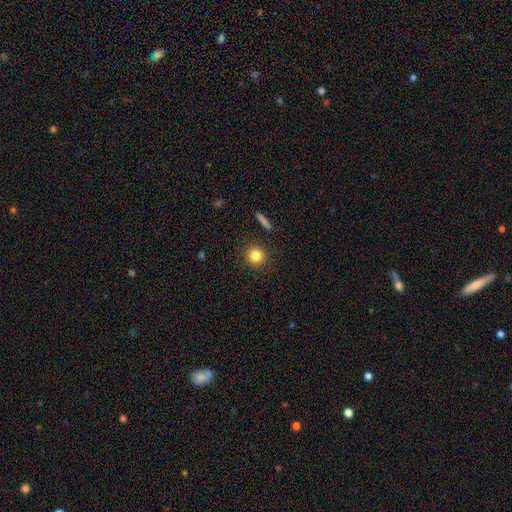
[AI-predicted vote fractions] Smooth or featured? smooth (82%)
How rounded? round (93%)
Merging? none (90%)